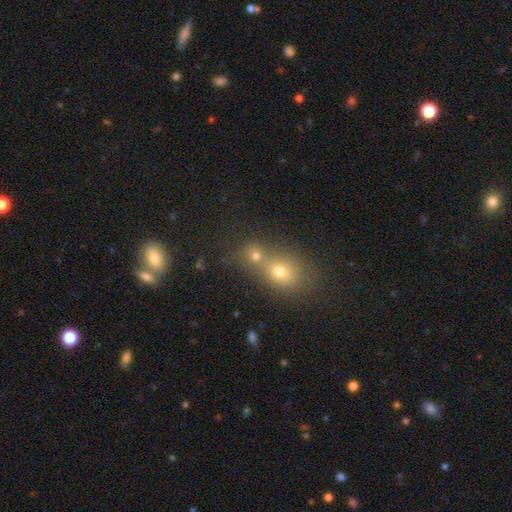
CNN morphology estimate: Smooth or featured?
  - smooth: 70% *
  - star or artifact: 18%
  - featured or disk: 12%
How rounded?
  - round: 71% *
  - in between: 27%
  - cigar-shaped: 2%
Merging?
  - merger: 56% *
  - none: 35%
  - minor disturbance: 6%
  - major disturbance: 4%